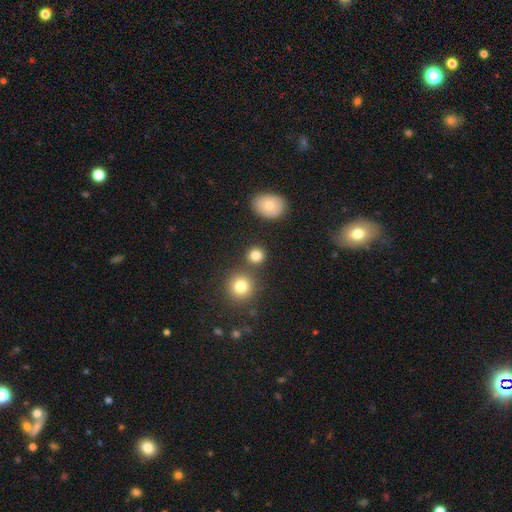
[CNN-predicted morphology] type=smooth (82%); roundness=round (89%); merging=none (80%).